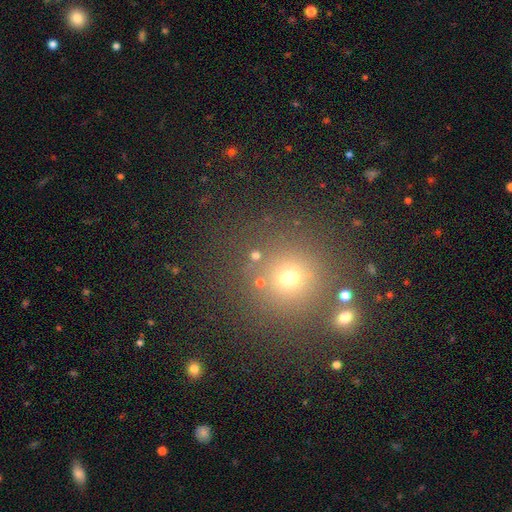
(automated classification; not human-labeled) smooth-or-featured: smooth: 62% | star or artifact: 29% | featured or disk: 9%
  how-rounded: round: 89% | in between: 10% | cigar-shaped: 1%
  merging: none: 79% | merger: 8% | minor disturbance: 8% | major disturbance: 5%